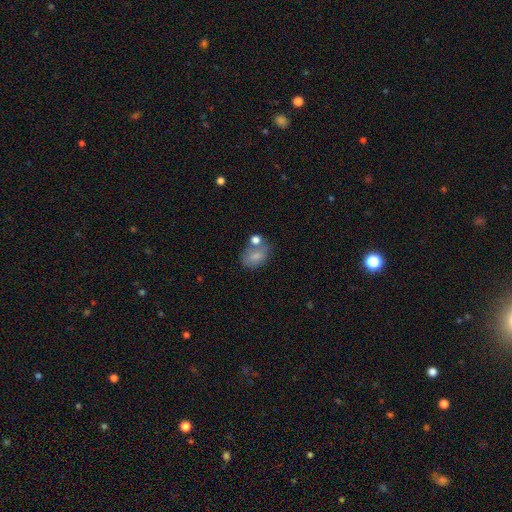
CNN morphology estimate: A smooth galaxy with no disk features (76%) that is in between round and cigar-shaped (72%). Merging: none (47%).